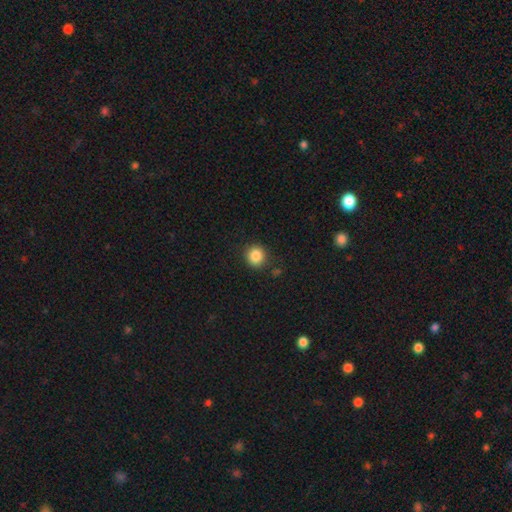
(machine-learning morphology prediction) The model was most divided on "smooth or featured": smooth: 86%, star or artifact: 10%, featured or disk: 4%. More confident: how rounded — round (88%); merging — none (86%).